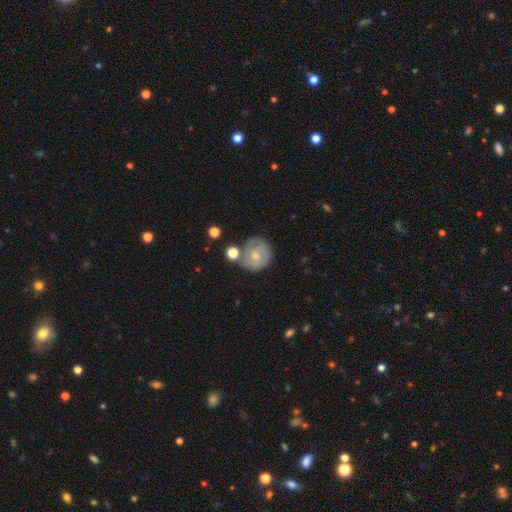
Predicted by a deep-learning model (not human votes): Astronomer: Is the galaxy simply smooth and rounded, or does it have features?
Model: featured or disk — 58% (runner-up: smooth, 35%).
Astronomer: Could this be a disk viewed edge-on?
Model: no — 97%.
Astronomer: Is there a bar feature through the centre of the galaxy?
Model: no — 70%.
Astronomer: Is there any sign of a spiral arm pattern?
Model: yes — 77%.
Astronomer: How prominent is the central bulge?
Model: small — 56% (runner-up: moderate, 36%).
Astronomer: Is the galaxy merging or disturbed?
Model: none — 60%.